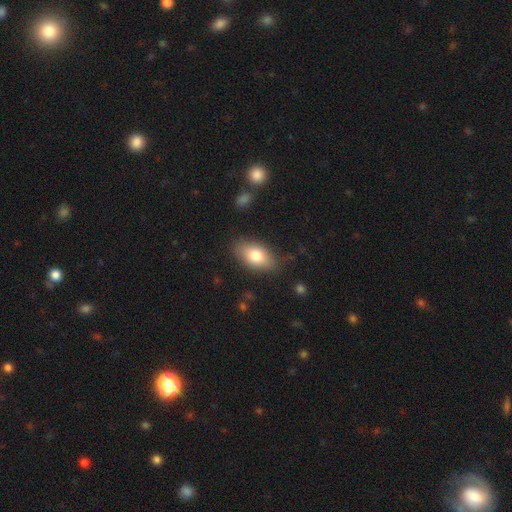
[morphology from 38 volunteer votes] smooth-or-featured: smooth: 74% | featured or disk: 18% | star or artifact: 8%
  how-rounded: in between: 96% | round: 4% | cigar-shaped: 0%
  merging: none: 80% | minor disturbance: 17% | merger: 3% | major disturbance: 0%